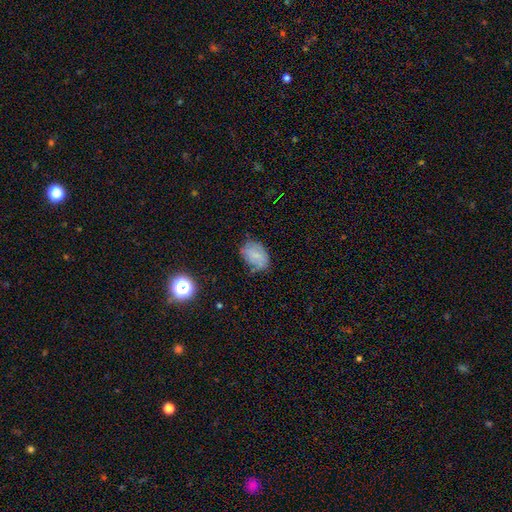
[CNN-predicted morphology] Smooth or featured: smooth — 71% (featured or disk — 18%)
How rounded: in between — 82% (round — 17%)
Merging: none — 68% (minor disturbance — 23%)